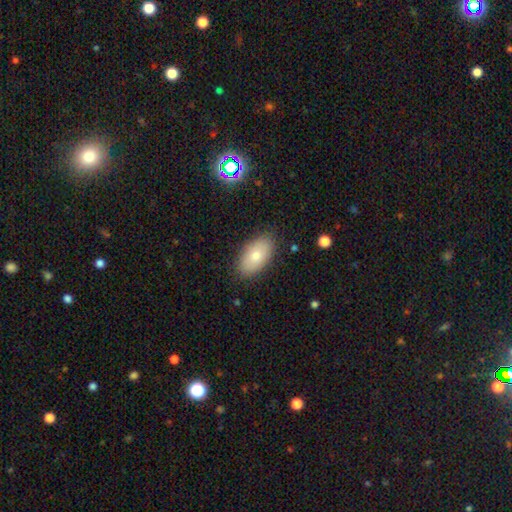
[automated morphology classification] A smooth galaxy with no disk features (76%) that is in between round and cigar-shaped (93%). Merging: none (85%).